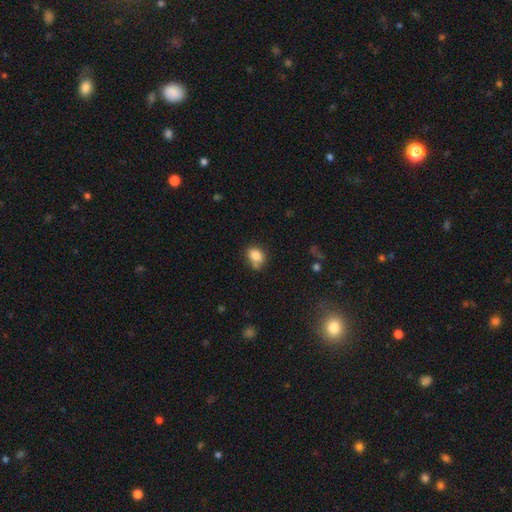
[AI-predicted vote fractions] smooth_or_featured: smooth (p=0.81) [alt: star or artifact p=0.10]
how_rounded: in between (p=0.65) [alt: round p=0.33]
merging: none (p=0.59) [alt: minor disturbance p=0.23]